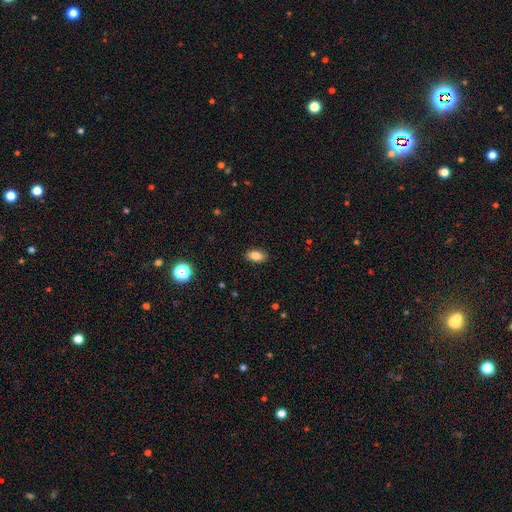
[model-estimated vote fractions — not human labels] Smooth or featured: smooth — 84% (star or artifact — 9%)
How rounded: in between — 90% (round — 7%)
Merging: none — 88% (minor disturbance — 9%)